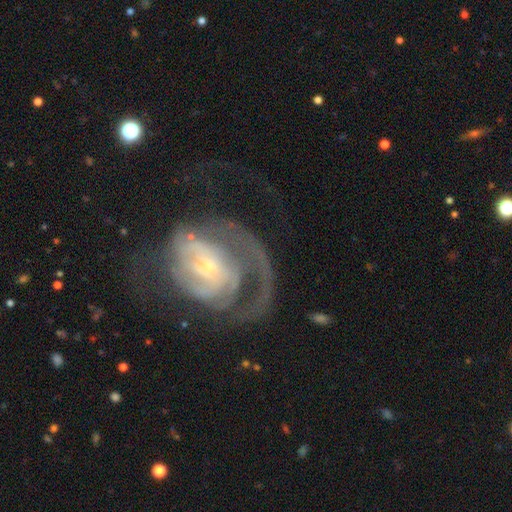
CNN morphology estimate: Overall: featured or disk (82%). Edge-on disk: no (97%). Bar: no (52%; weak 35%). Spiral arms: yes (88%). Spiral arm count: 2 (32%; can't tell 27%). Spiral winding: tight (49%; medium 36%). Bulge size: small (60%; moderate 31%). Merging: none (46%; major disturbance 34%).